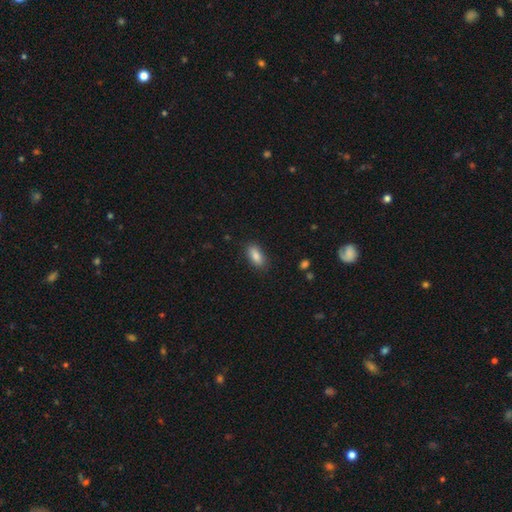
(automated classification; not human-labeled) Q: Smooth or featured?
A: smooth (86%); runner-up: star or artifact (7%)
Q: How rounded?
A: in between (86%); runner-up: cigar-shaped (10%)
Q: Merging?
A: none (86%); runner-up: minor disturbance (11%)